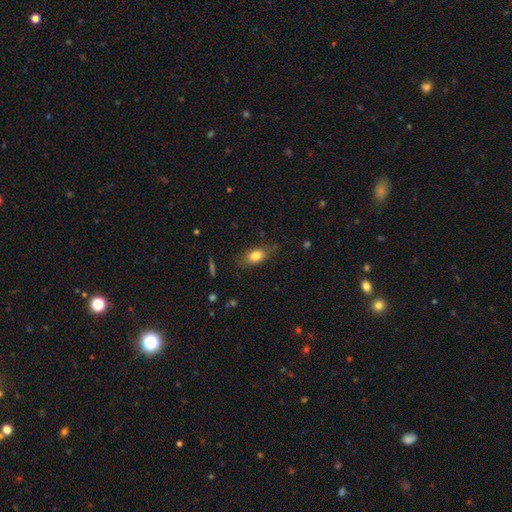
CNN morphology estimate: A smooth galaxy with no disk features (79%) that is in between round and cigar-shaped (80%). Merging: none (69%).